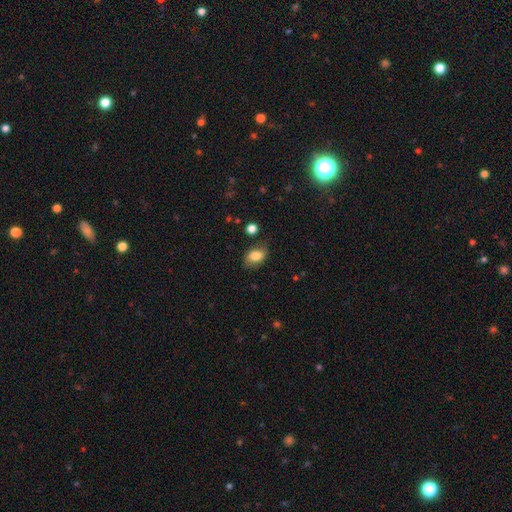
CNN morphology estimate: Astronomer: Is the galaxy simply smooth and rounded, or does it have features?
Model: smooth — 79%.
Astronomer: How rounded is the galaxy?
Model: in between — 85%.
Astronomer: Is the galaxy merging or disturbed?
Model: none — 72%.